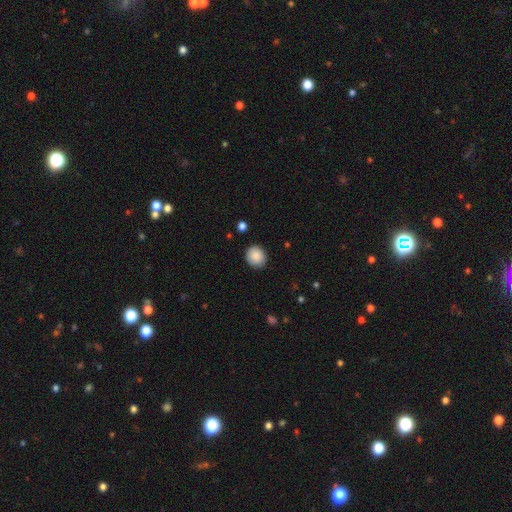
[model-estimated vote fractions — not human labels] Smooth or featured? Predicted: smooth (p=0.88). How rounded? Predicted: round (p=0.80). Merging? Predicted: none (p=0.89).